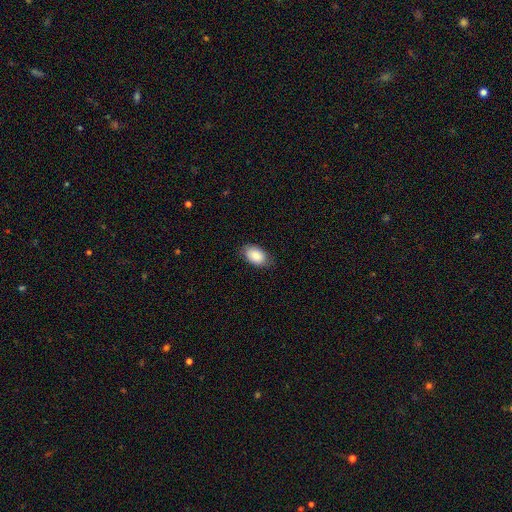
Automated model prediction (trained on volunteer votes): A smooth galaxy with no disk features (87%) that is in between round and cigar-shaped (91%). Merging: none (80%).